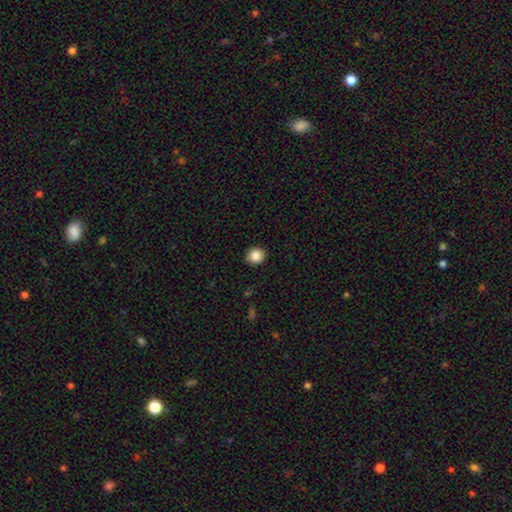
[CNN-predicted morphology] The model was most divided on "how rounded": round: 80%, in between: 19%, cigar-shaped: 1%. More confident: merging — none (90%); smooth or featured — smooth (86%).